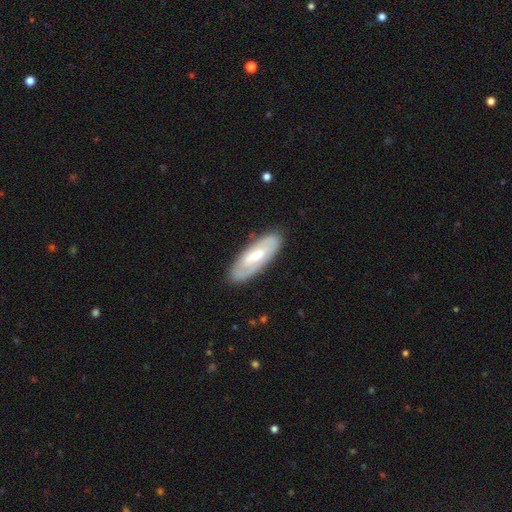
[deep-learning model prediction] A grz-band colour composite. It shows a featured or disk galaxy (57%). Merging: none (85%).